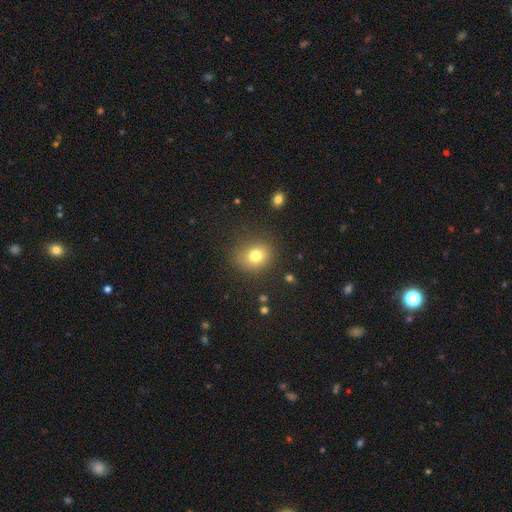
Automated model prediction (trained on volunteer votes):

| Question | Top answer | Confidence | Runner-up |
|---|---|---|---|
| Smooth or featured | smooth | 78% | star or artifact (13%) |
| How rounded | round | 70% | in between (29%) |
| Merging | none | 80% | minor disturbance (13%) |